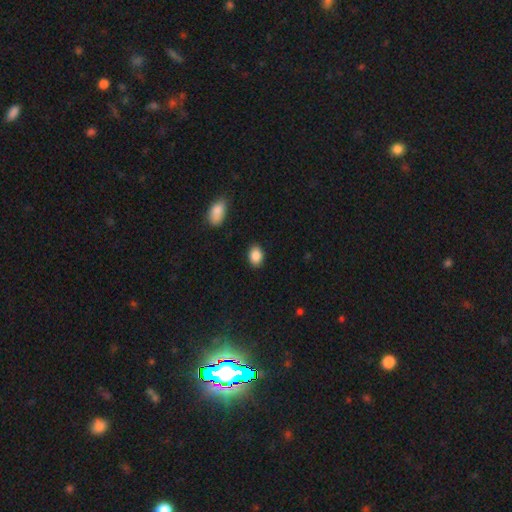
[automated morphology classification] This is clearly a smooth galaxy (88%). How rounded: likely in between (79%). Merging: clearly none (87%).